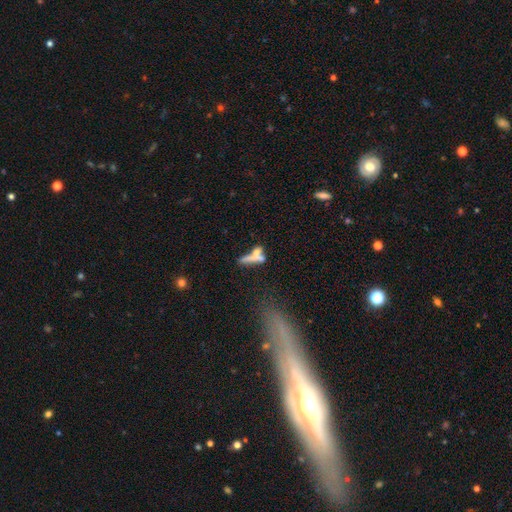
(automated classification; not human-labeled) This appears to be a smooth galaxy with no disk features (54%) that is cigar-shaped (63%). Merging: merger (43%).